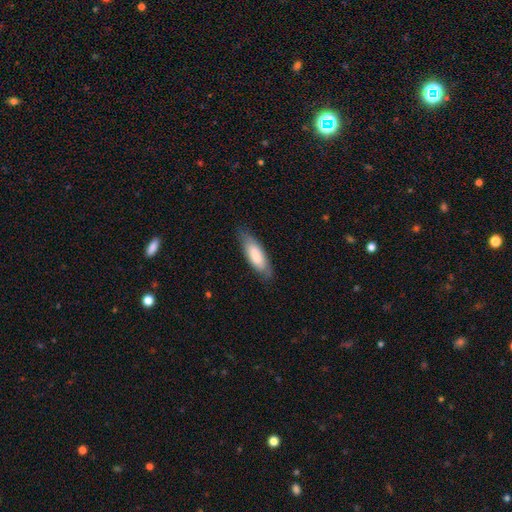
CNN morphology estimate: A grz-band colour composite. It shows a smooth galaxy with no disk features (79%) that is in between round and cigar-shaped (61%). Merging: none (79%).